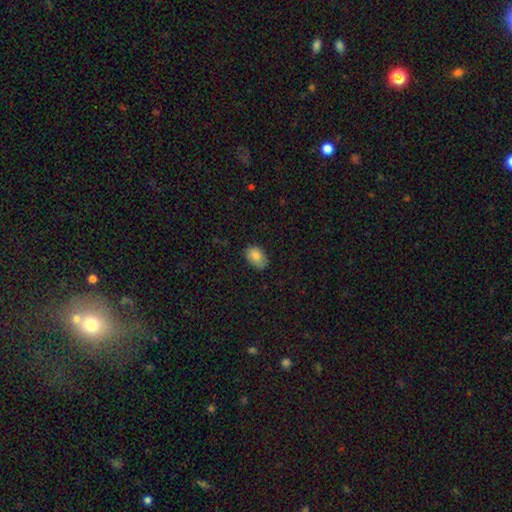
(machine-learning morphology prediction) Smooth or featured? Predicted: smooth (p=0.85). How rounded? Predicted: in between (p=0.83). Merging? Predicted: none (p=0.72).